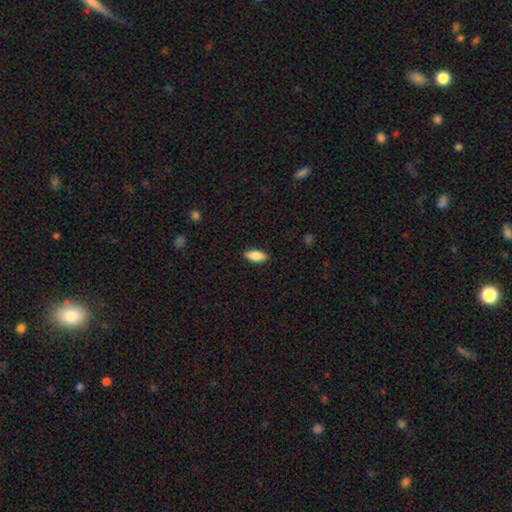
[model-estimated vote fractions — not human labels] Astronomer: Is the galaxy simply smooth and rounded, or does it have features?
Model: smooth — 86%.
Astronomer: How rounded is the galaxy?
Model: in between — 81%.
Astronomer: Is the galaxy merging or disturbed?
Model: none — 88%.